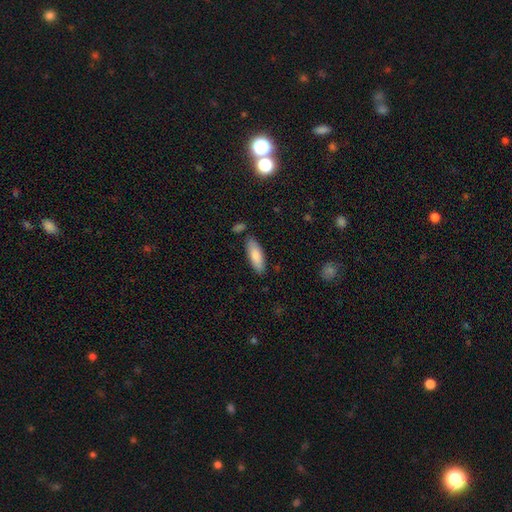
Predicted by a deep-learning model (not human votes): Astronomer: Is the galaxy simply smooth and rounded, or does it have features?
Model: smooth — 83%.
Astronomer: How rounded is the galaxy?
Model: in between — 64%.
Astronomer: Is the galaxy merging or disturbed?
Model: none — 81%.